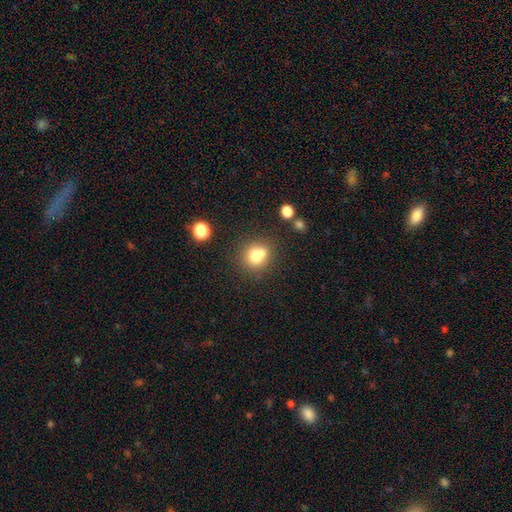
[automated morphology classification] Smooth or featured? Predicted: smooth (p=0.73). How rounded? Predicted: round (p=0.78). Merging? Predicted: none (p=0.50).